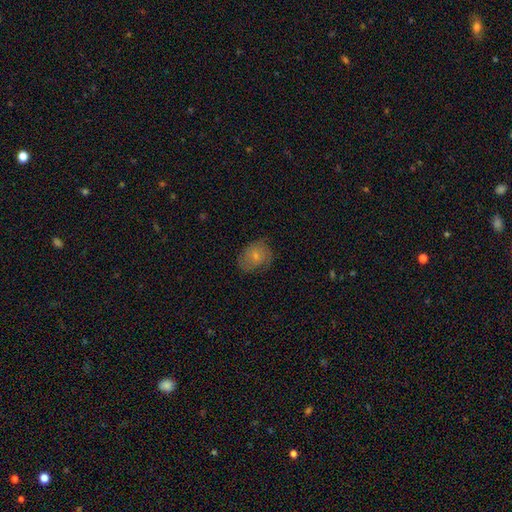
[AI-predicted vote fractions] Smooth or featured?
  - smooth: 61% *
  - featured or disk: 32%
  - star or artifact: 8%
How rounded?
  - round: 53% *
  - in between: 46%
  - cigar-shaped: 1%
Merging?
  - none: 67% *
  - minor disturbance: 24%
  - major disturbance: 8%
  - merger: 1%